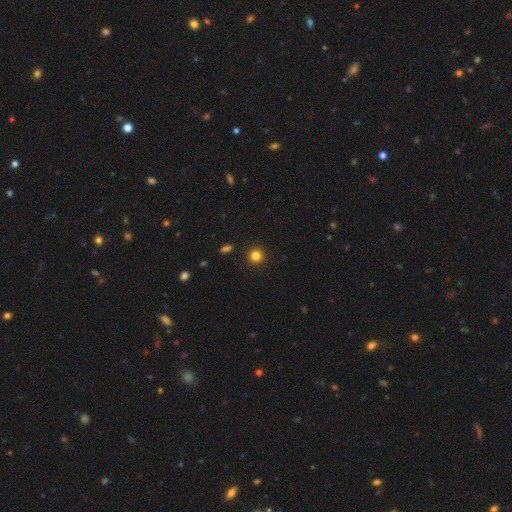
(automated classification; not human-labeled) Smooth or featured? Predicted: smooth (p=0.83). How rounded? Predicted: round (p=0.95). Merging? Predicted: none (p=0.93).